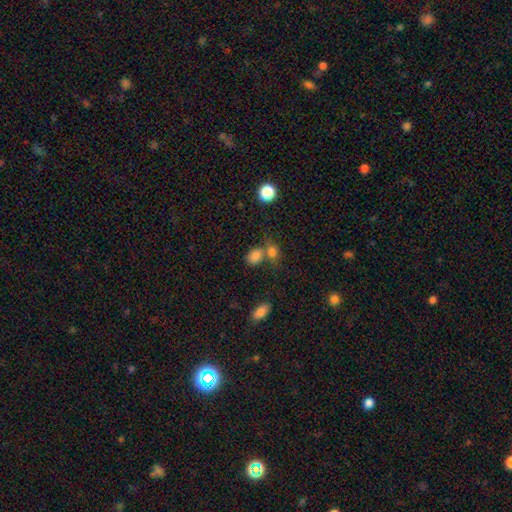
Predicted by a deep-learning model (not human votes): Morphology: type=smooth (80%); roundness=in between (64%); merging=none (44%).